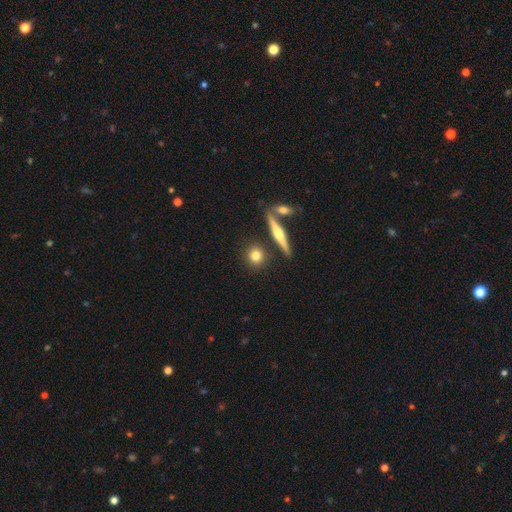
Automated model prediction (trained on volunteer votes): The model was most divided on "smooth or featured": smooth: 74%, featured or disk: 17%, star or artifact: 9%. More confident: how rounded — round (83%); merging — none (81%).